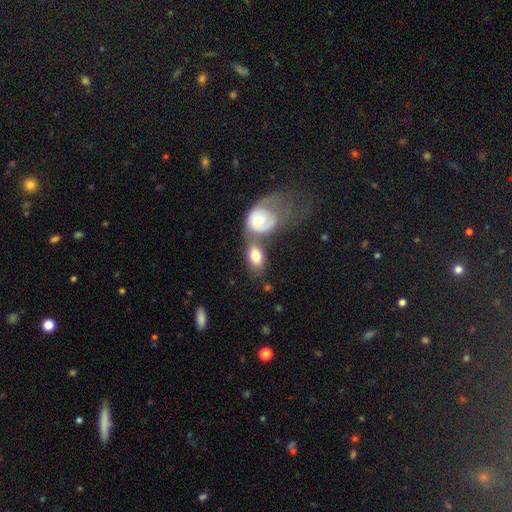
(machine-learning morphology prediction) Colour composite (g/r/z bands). It shows a smooth galaxy with no disk features (73%) that is in between round and cigar-shaped (83%). Merging: merger (52%).